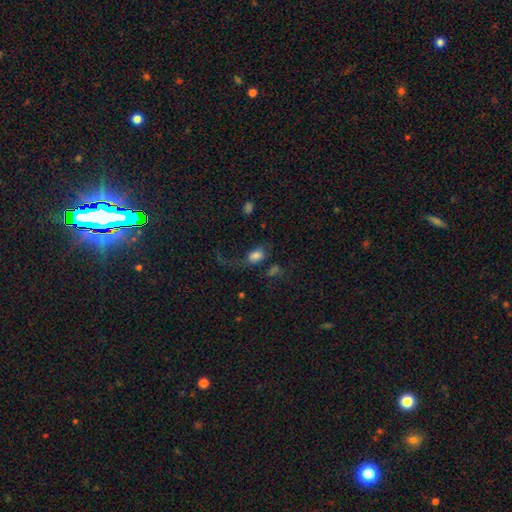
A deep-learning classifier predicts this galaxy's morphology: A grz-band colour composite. It shows a smooth galaxy with no disk features (69%) that is in between round and cigar-shaped (80%). Merging: major disturbance (46%).